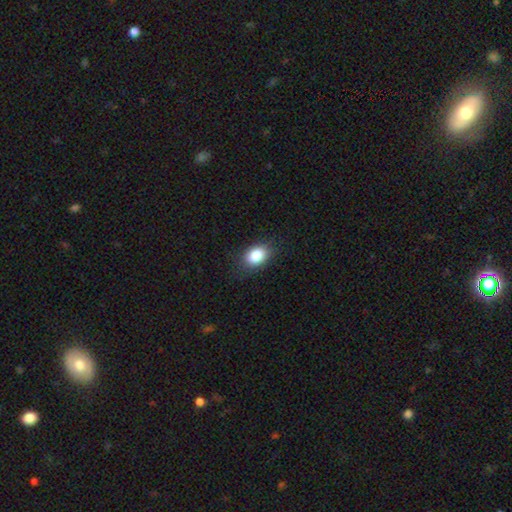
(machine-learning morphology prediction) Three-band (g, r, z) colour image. It shows a smooth galaxy with no disk features (84%) that is in between round and cigar-shaped (75%). Merging: none (82%).